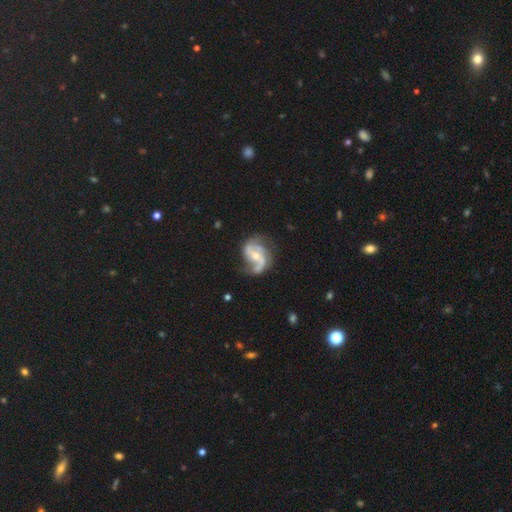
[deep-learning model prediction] This is clearly a featured or disk galaxy (88%). It is clearly not viewed edge-on (98%). Bar: possibly no (49%). Spiral arm pattern: clearly yes (96%). Spiral arm count: clearly 2 (82%). Spiral winding: possibly medium (45%). Central bulge: possibly moderate (53%). Merging: likely none (63%).